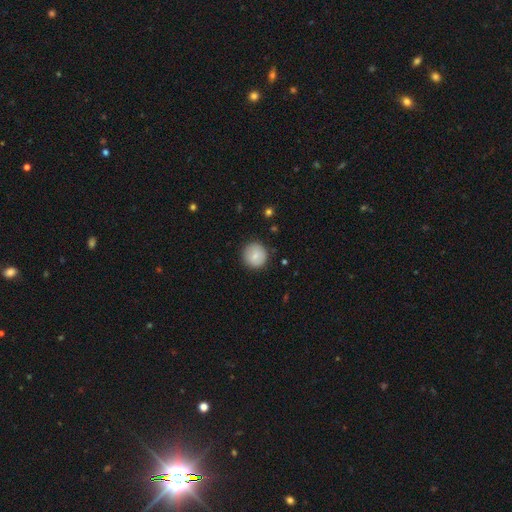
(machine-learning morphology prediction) A smooth galaxy with no disk features (82%) that is round (94%).

Vote fractions:
- Smooth or featured? smooth: 82% / featured or disk: 11% / star or artifact: 7%
- How rounded? round: 94% / in between: 5% / cigar-shaped: 1%
- Merging? none: 87% / minor disturbance: 10% / major disturbance: 2% / merger: 1%